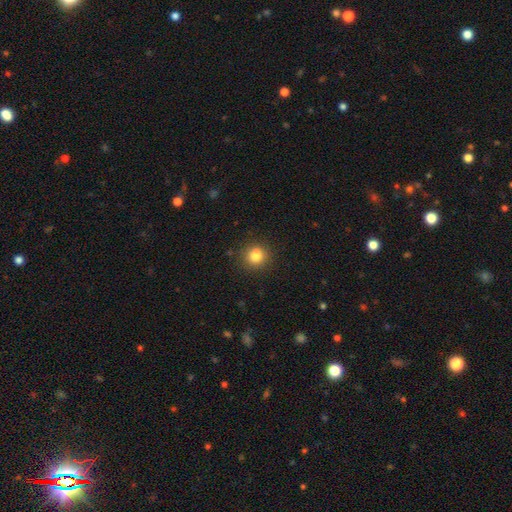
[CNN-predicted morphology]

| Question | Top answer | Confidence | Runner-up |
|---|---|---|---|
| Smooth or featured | smooth | 81% | star or artifact (12%) |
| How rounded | round | 87% | in between (12%) |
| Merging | none | 78% | minor disturbance (11%) |